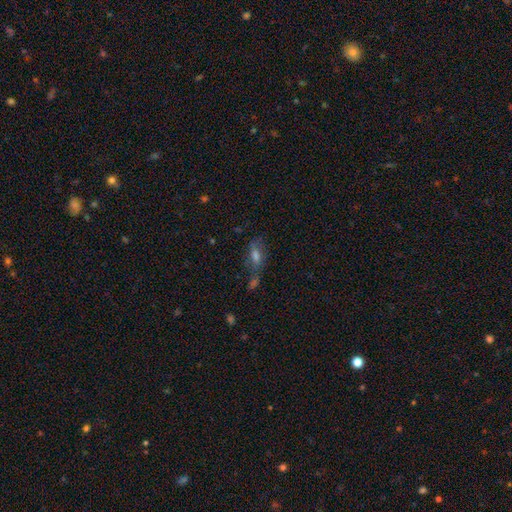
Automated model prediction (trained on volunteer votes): A smooth galaxy with no disk features (49%).

Vote fractions:
- Smooth or featured? smooth: 49% / featured or disk: 33% / star or artifact: 19%
- Merging? none: 45% / merger: 27% / minor disturbance: 17% / major disturbance: 12%